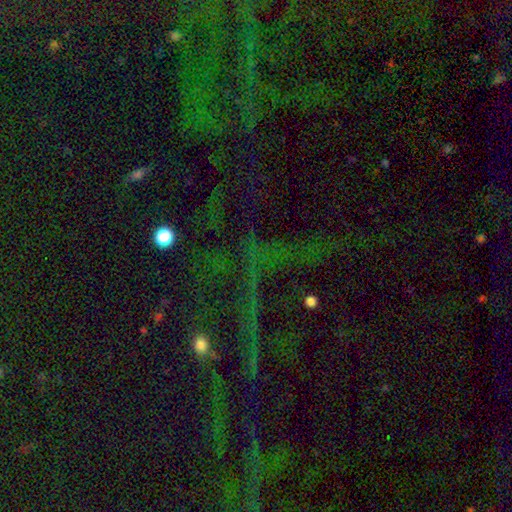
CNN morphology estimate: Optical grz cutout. It shows a star or artifact, not a galaxy (73%).